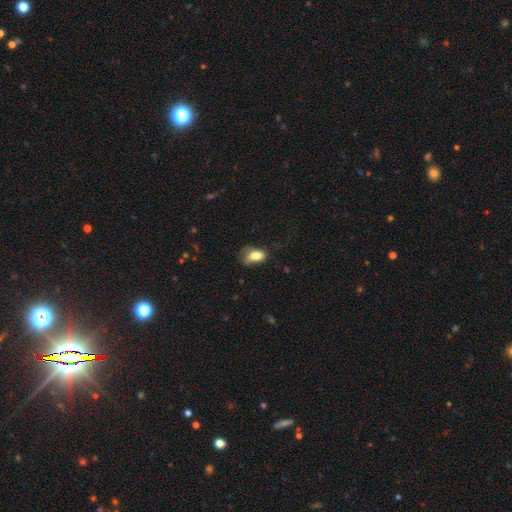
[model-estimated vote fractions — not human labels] Smooth or featured: smooth — 80% (featured or disk — 12%)
How rounded: in between — 88% (round — 9%)
Merging: none — 36% (minor disturbance — 35%)